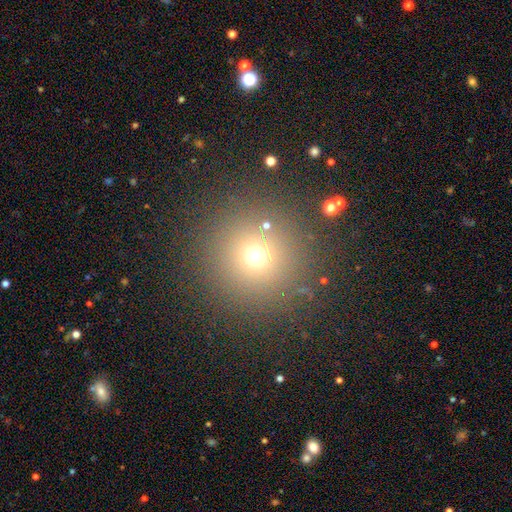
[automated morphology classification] Smooth or featured? smooth (67%)
How rounded? round (96%)
Merging? none (87%)